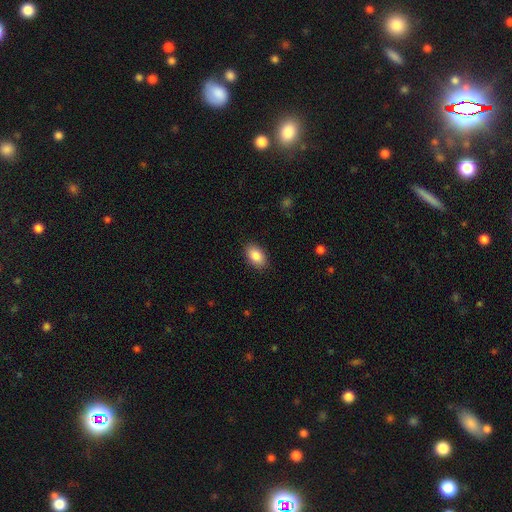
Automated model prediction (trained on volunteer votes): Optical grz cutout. It shows a smooth galaxy with no disk features (87%) that is in between round and cigar-shaped (92%). Merging: none (88%).